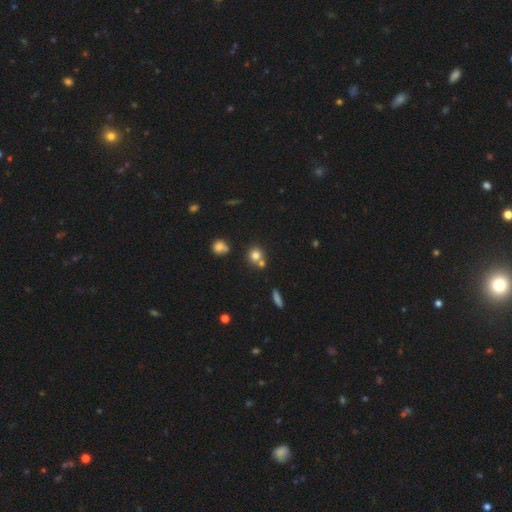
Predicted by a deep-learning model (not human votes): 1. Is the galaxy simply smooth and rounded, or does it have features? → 75% smooth, 14% star or artifact, 10% featured or disk.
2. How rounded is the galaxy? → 87% round, 11% in between, 1% cigar-shaped.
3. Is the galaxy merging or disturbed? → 57% none, 31% merger, 8% minor disturbance, 3% major disturbance.